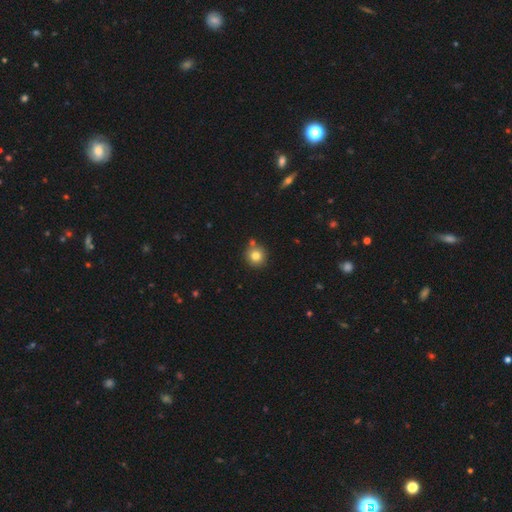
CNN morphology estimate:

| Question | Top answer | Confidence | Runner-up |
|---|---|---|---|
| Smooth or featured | smooth | 81% | star or artifact (12%) |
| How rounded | round | 93% | in between (6%) |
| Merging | none | 79% | merger (10%) |